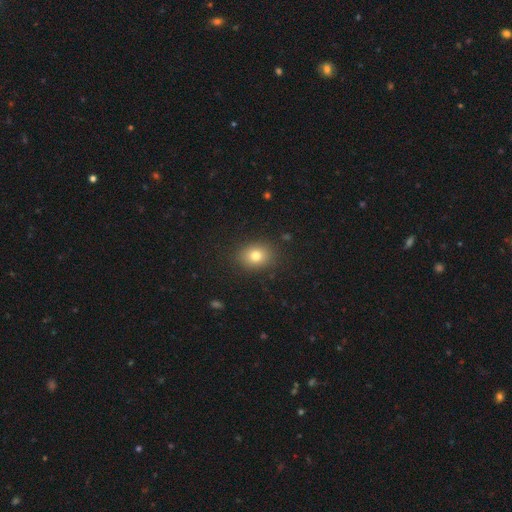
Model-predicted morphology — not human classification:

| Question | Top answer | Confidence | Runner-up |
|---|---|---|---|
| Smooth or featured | smooth | 79% | star or artifact (12%) |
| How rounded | round | 51% | in between (48%) |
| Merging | none | 87% | minor disturbance (9%) |